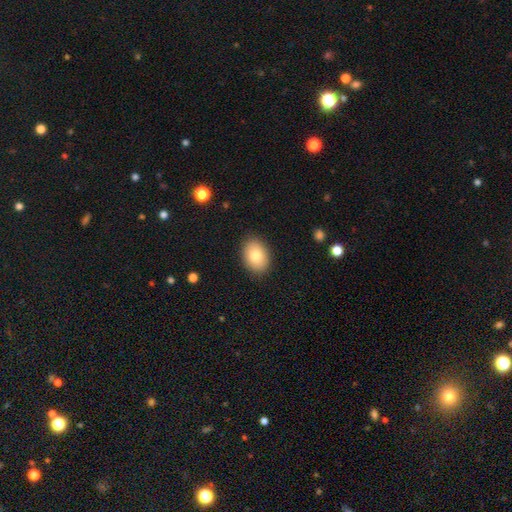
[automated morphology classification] Smooth or featured? Predicted: smooth (p=0.79). How rounded? Predicted: in between (p=0.74). Merging? Predicted: none (p=0.88).